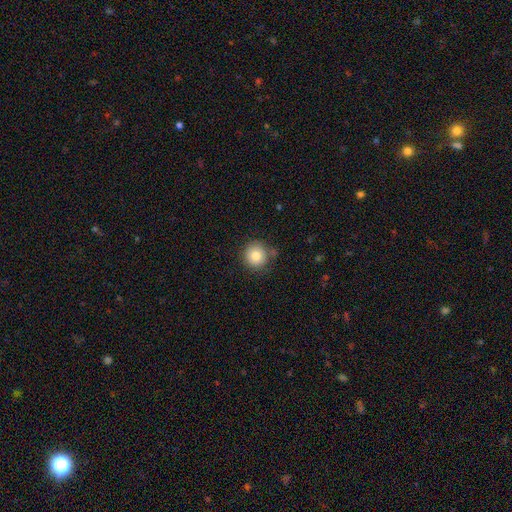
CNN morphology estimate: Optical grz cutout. It shows a smooth galaxy with no disk features (81%) that is round (94%). Merging: none (80%).